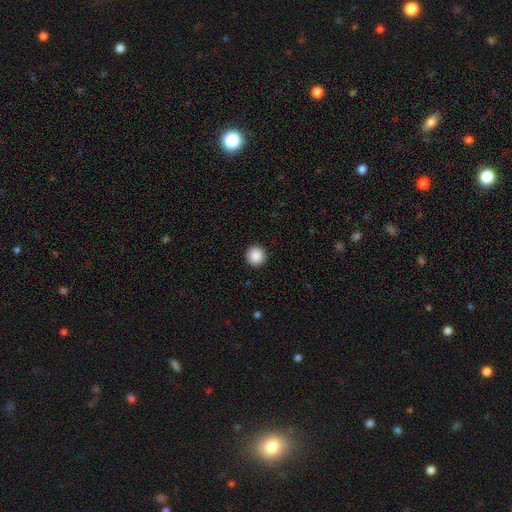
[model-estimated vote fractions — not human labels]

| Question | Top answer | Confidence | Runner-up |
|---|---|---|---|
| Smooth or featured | smooth | 89% | star or artifact (9%) |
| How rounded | round | 95% | in between (4%) |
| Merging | none | 93% | minor disturbance (5%) |